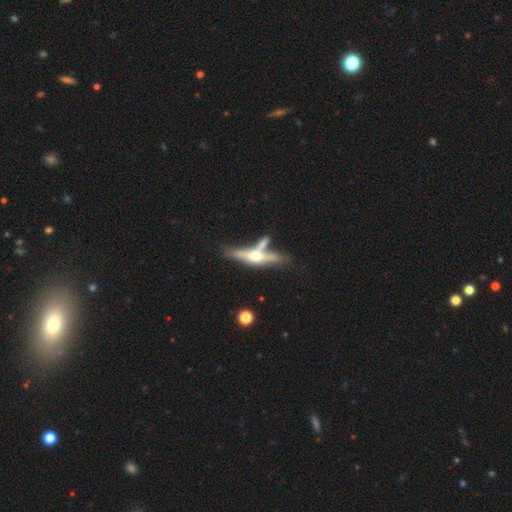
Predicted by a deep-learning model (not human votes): This appears to be a featured or disk galaxy (62%) viewed edge-on (91%) with a rounded central bulge (90%). Merging: none (47%).